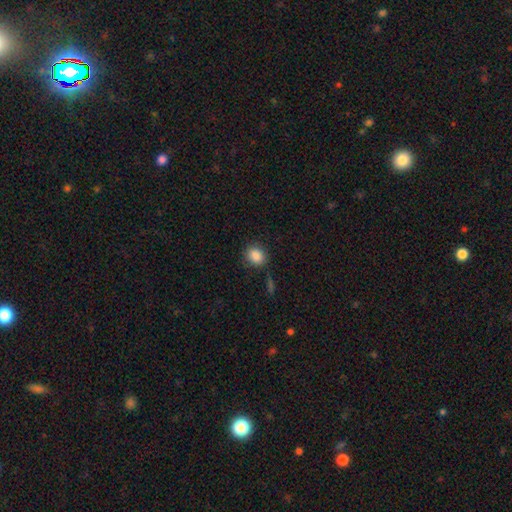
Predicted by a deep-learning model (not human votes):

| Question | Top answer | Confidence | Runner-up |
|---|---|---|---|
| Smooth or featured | smooth | 86% | star or artifact (9%) |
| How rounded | round | 62% | in between (37%) |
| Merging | none | 81% | minor disturbance (12%) |